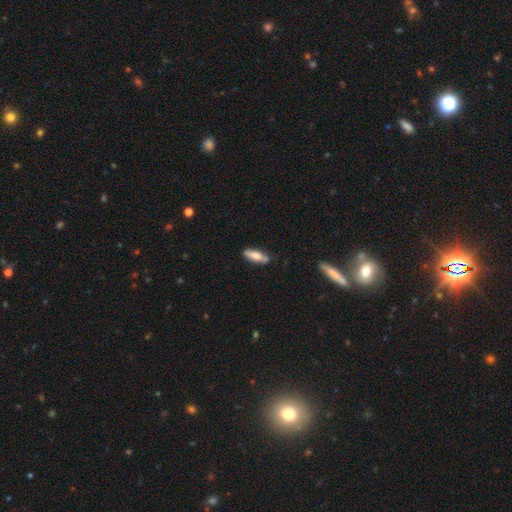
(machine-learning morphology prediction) This is likely a smooth galaxy (70%). How rounded: possibly in between (53%). Merging: likely none (75%).